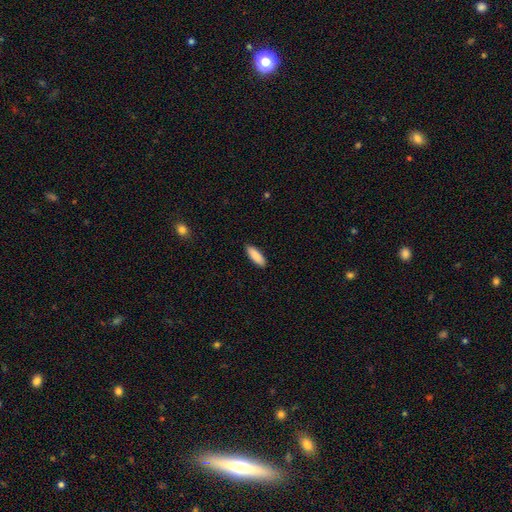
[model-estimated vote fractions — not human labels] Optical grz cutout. It shows a smooth galaxy with no disk features (90%) that is in between round and cigar-shaped (61%). Merging: none (89%).